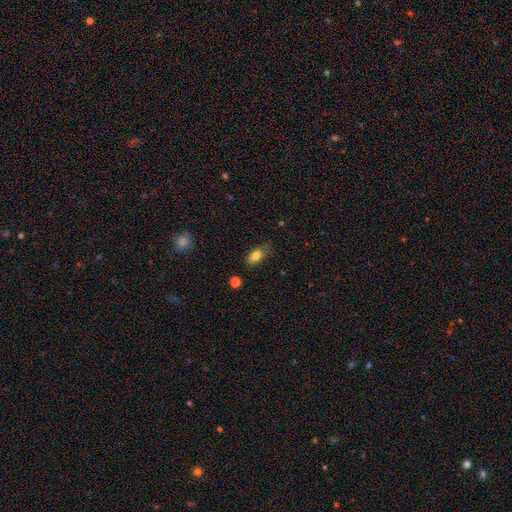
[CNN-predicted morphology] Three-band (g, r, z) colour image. It shows a smooth galaxy with no disk features (78%) that is in between round and cigar-shaped (83%). Merging: none (69%).